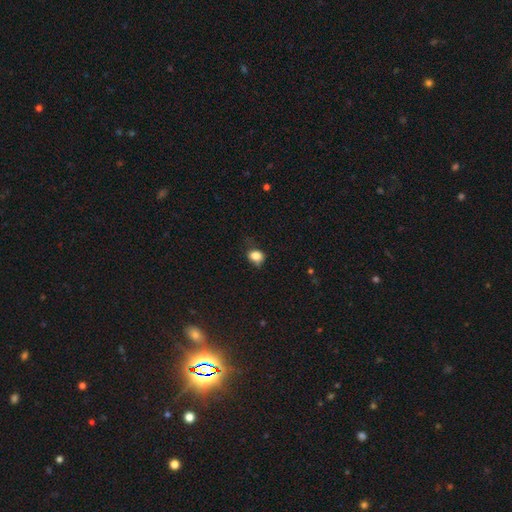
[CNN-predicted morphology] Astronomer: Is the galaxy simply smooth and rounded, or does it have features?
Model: smooth — 81%.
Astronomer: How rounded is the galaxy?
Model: in between — 51% (runner-up: round, 47%).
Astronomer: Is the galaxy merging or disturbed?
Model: none — 52% (runner-up: minor disturbance, 34%).